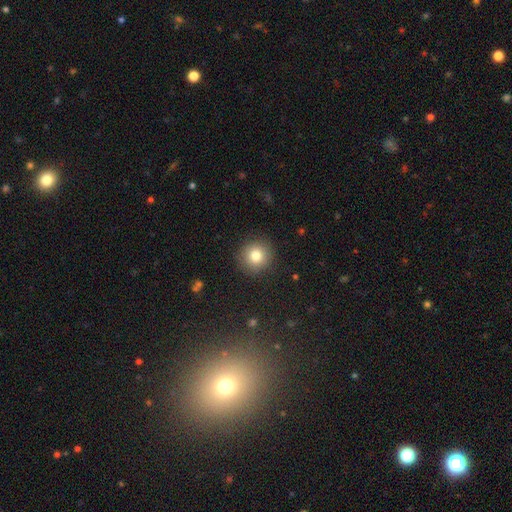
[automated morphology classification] This appears to be a smooth galaxy with no disk features (80%) that is round (92%). Merging: none (90%).